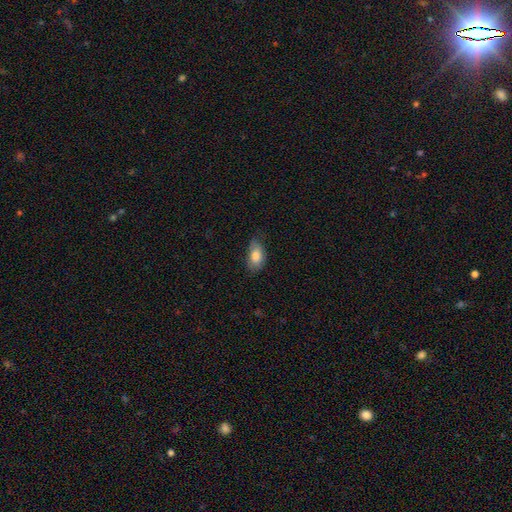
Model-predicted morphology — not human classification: Q: Smooth or featured?
A: smooth (80%); runner-up: featured or disk (13%)
Q: How rounded?
A: in between (91%); runner-up: round (6%)
Q: Merging?
A: none (61%); runner-up: minor disturbance (30%)